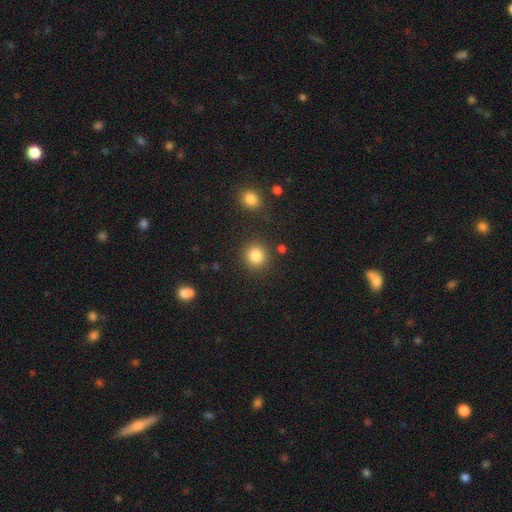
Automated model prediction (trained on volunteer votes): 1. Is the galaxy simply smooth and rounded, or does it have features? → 85% smooth, 10% star or artifact, 5% featured or disk.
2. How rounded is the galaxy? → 89% round, 10% in between, 1% cigar-shaped.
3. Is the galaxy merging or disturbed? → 86% none, 7% minor disturbance, 4% merger, 3% major disturbance.